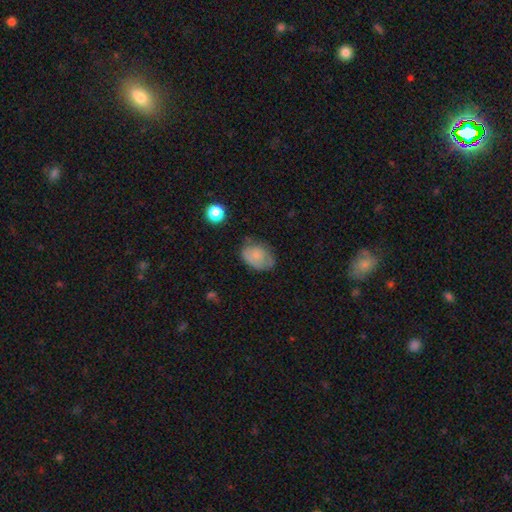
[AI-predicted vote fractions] Overall: smooth (67%). How rounded: in between (76%). Merging: none (57%; minor disturbance 30%).